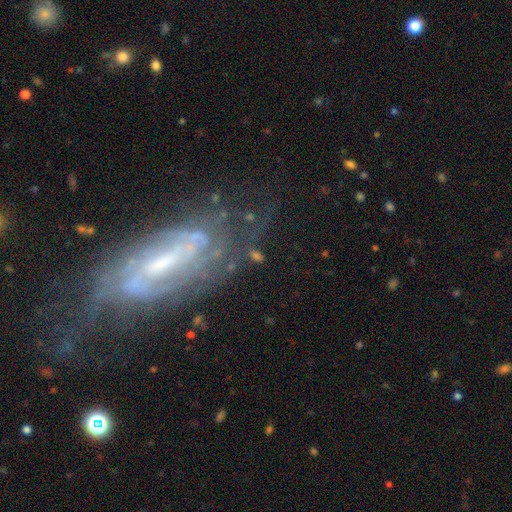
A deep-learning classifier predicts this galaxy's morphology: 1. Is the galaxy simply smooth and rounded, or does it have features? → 52% featured or disk, 28% smooth, 21% star or artifact.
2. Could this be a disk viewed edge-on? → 93% no, 7% yes.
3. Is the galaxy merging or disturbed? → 55% none, 20% major disturbance, 18% minor disturbance, 7% merger.